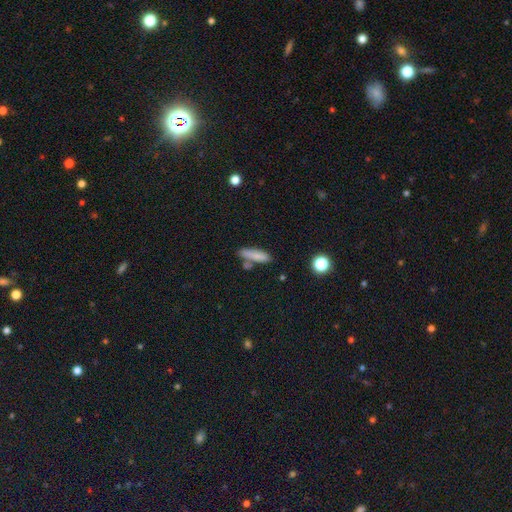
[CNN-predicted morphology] smooth 80%, featured or disk 12%, star or artifact 8%. Down the decision tree: how rounded — cigar-shaped (72%); merging — none (67%).